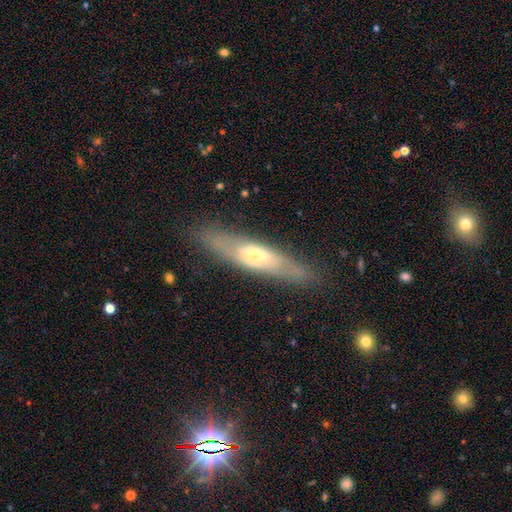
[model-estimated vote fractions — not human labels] Overall: featured or disk (48%; smooth 45%). Merging: none (81%).